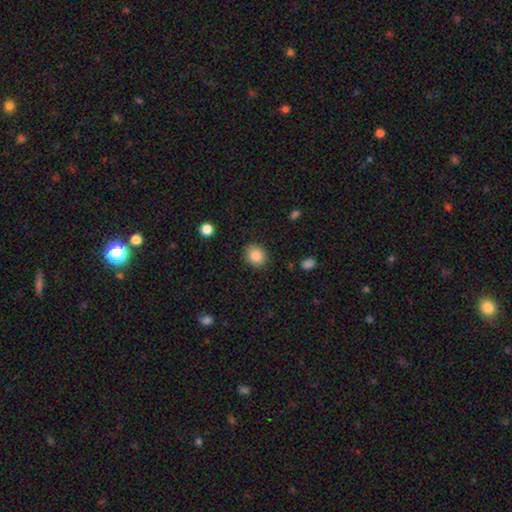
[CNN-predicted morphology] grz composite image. It shows a smooth galaxy with no disk features (86%) that is round (67%). Merging: none (87%).